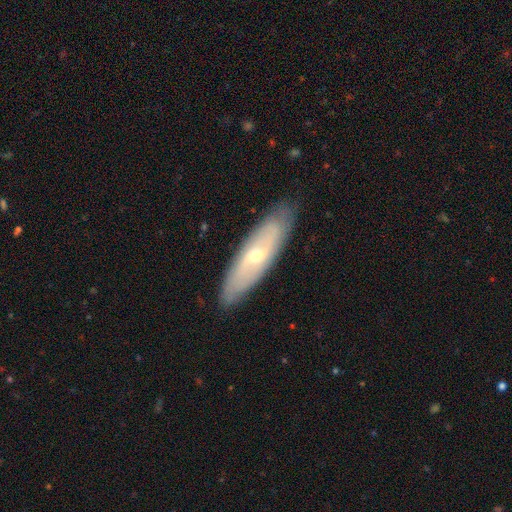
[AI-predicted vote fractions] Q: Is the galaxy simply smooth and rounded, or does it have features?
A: featured or disk — 58%.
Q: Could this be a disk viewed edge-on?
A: no — 67%.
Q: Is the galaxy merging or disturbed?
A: none — 85%.